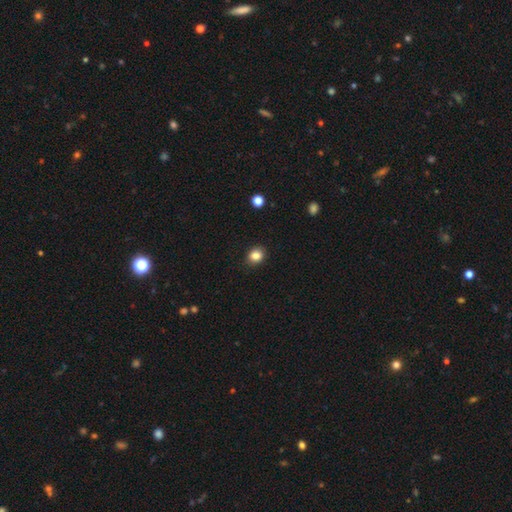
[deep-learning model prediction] This appears to be a smooth galaxy with no disk features (84%) that is round (68%). Merging: none (88%).